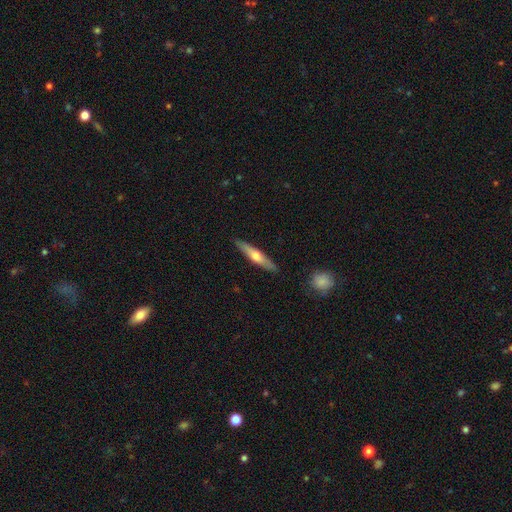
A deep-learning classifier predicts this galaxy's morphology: This appears to be a featured or disk galaxy (51%) viewed edge-on (93%). Merging: none (89%).